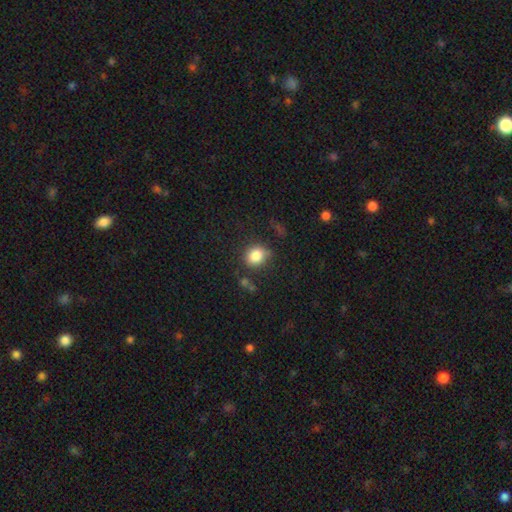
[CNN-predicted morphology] A smooth galaxy with no disk features (85%) that is round (69%). Merging: none (74%).